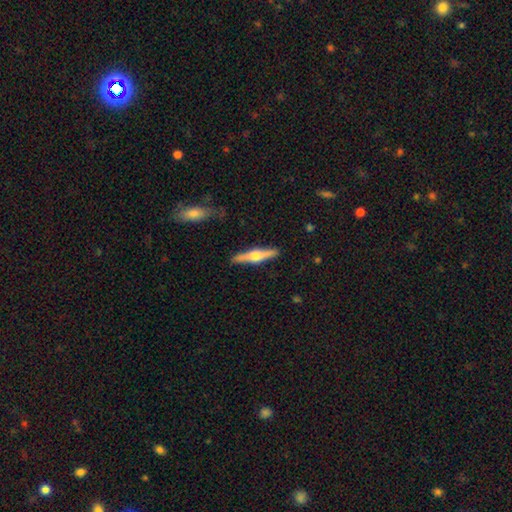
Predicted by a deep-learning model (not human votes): featured or disk 65%, smooth 30%, star or artifact 5%. Down the decision tree: edge-on disk — yes (97%); edge-on bulge — rounded (94%); merging — none (88%).